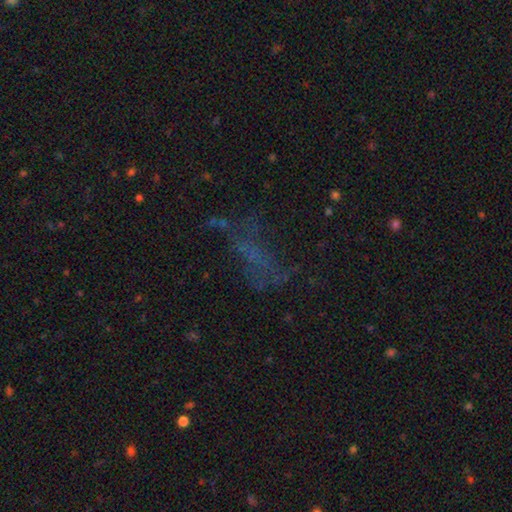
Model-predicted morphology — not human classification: Smooth or featured? Predicted: star or artifact (p=0.36).